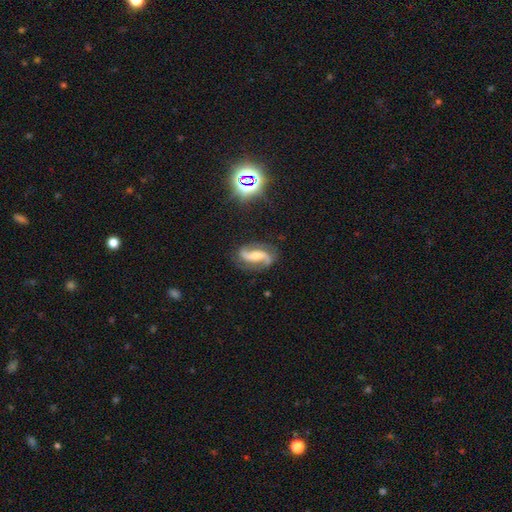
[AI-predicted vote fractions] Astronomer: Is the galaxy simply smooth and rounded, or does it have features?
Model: featured or disk — 86%.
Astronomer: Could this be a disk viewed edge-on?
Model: no — 96%.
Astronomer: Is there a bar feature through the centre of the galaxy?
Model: no — 37% (runner-up: weak, 35%).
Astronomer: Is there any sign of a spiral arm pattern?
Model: yes — 97%.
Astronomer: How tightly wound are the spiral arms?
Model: loose — 46% (runner-up: medium, 42%).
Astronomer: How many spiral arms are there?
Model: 2 — 92%.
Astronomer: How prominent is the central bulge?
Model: moderate — 47% (runner-up: small, 30%).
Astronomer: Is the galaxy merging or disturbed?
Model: none — 79%.